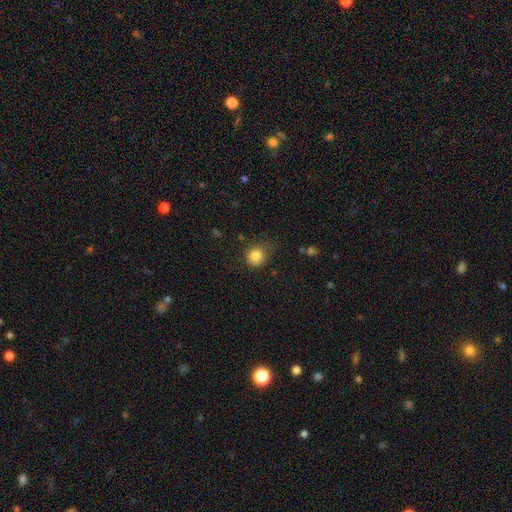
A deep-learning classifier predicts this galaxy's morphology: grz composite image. It shows a smooth galaxy with no disk features (85%) that is round (80%). Merging: none (64%).